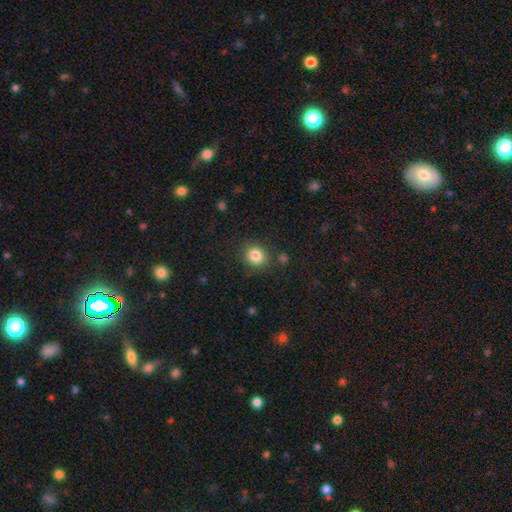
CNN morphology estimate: This is clearly a smooth galaxy (84%). How rounded: likely round (79%). Merging: clearly none (83%).